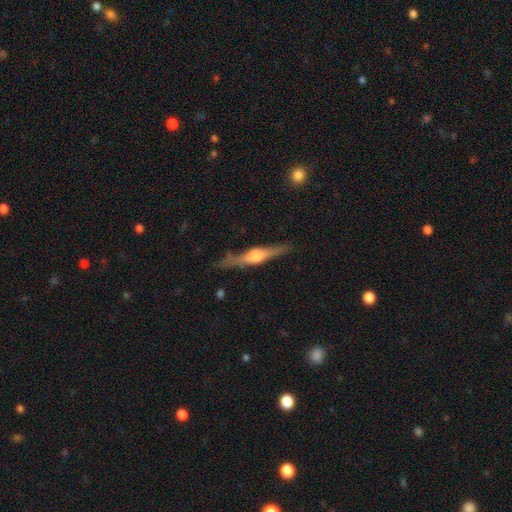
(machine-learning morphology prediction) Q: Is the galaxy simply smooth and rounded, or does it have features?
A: featured or disk — 80%.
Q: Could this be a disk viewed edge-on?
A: yes — 98%.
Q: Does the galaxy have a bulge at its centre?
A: rounded — 84%.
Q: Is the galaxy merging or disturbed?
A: none — 86%.